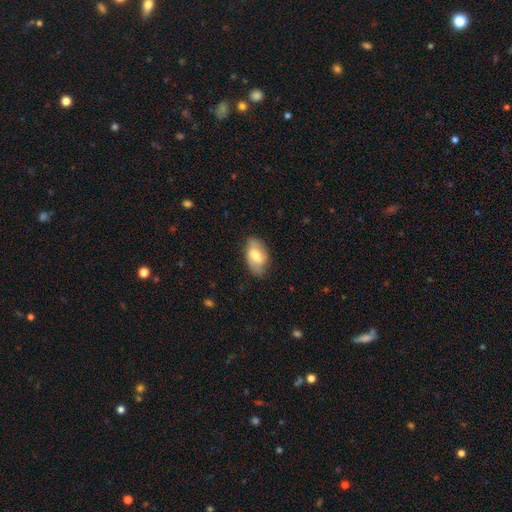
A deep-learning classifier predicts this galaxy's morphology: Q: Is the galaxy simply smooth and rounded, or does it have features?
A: smooth — 61%.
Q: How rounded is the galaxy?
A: in between — 91%.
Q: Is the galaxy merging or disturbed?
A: none — 71%.